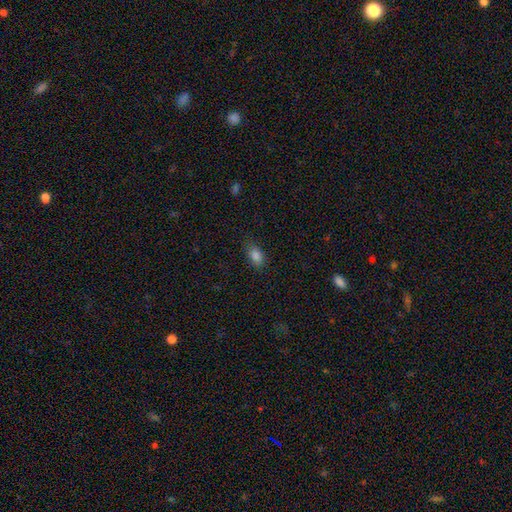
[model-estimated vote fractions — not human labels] smooth-or-featured: smooth: 85% | star or artifact: 11% | featured or disk: 5%
  how-rounded: in between: 87% | round: 10% | cigar-shaped: 3%
  merging: none: 78% | minor disturbance: 17% | major disturbance: 4% | merger: 1%